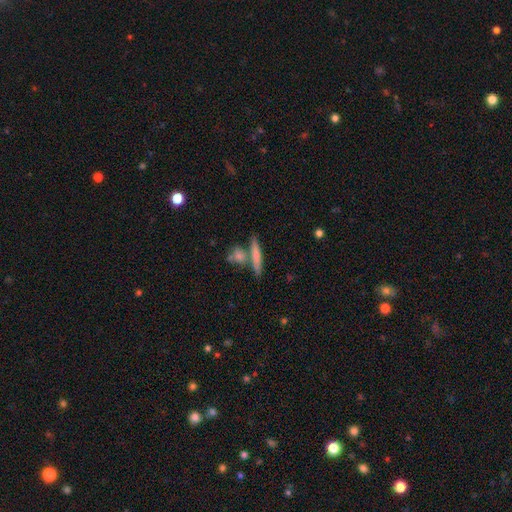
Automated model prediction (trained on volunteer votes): Smooth or featured? Predicted: smooth (p=0.68). How rounded? Predicted: cigar-shaped (p=0.85). Merging? Predicted: none (p=0.69).